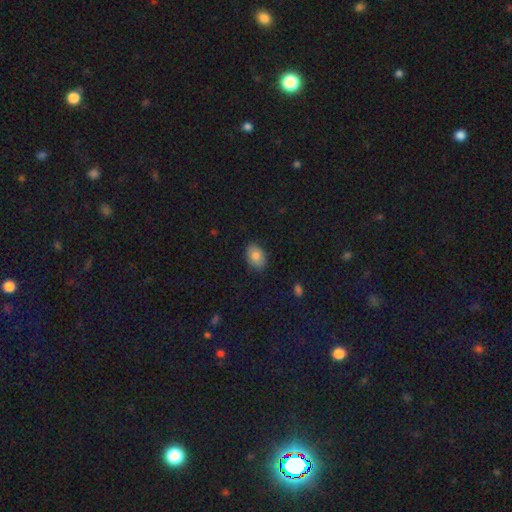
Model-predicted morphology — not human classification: Smooth or featured: smooth — 81% (featured or disk — 11%)
How rounded: in between — 82% (round — 17%)
Merging: none — 85% (minor disturbance — 11%)